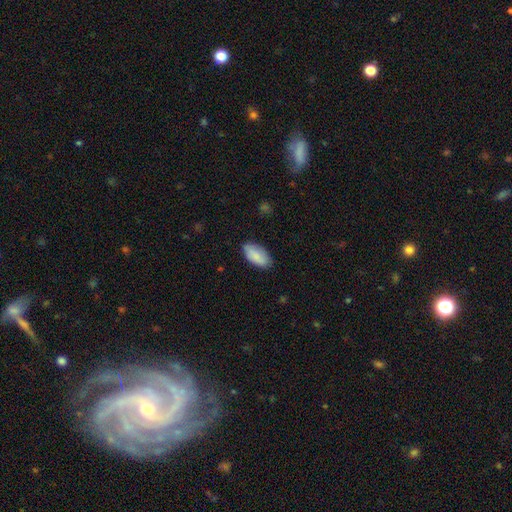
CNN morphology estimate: smooth_or_featured: smooth (p=0.82) [alt: featured or disk p=0.12]
how_rounded: in between (p=0.94) [alt: cigar-shaped p=0.03]
merging: none (p=0.77) [alt: minor disturbance p=0.19]